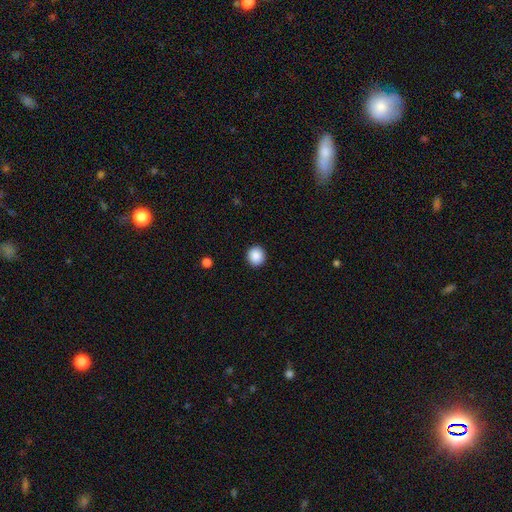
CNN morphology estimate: A smooth galaxy with no disk features (89%) that is round (91%). Merging: none (92%).